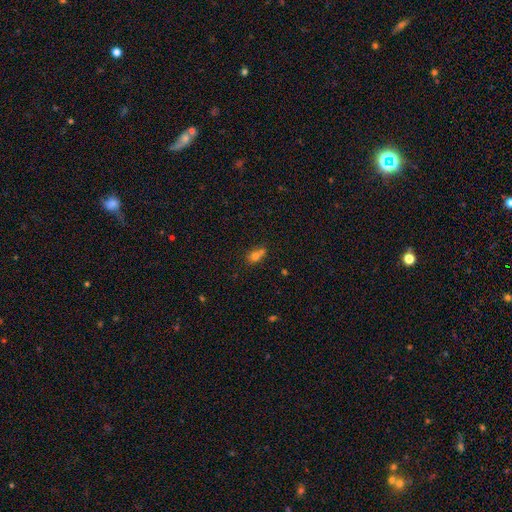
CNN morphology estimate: type=smooth (71%); roundness=in between (49%); merging=merger (48%).